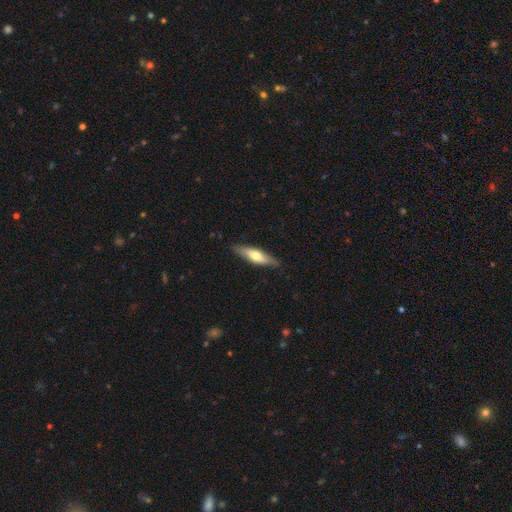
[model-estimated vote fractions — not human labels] Smooth or featured? Predicted: smooth (p=0.56). How rounded? Predicted: cigar-shaped (p=0.66). Merging? Predicted: none (p=0.85).